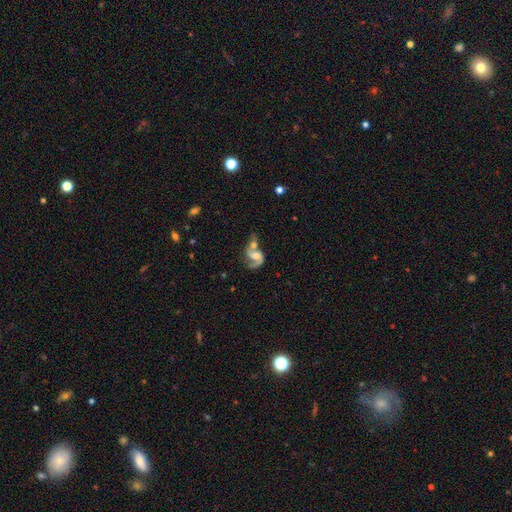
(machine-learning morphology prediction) Smooth or featured: featured or disk — 73% (smooth — 18%)
Edge-on disk: no — 97% (yes — 3%)
Bar: no — 52% (weak — 36%)
Spiral arms: yes — 88% (no — 12%)
Spiral winding: loose — 55% (medium — 35%)
Spiral arm count: 2 — 60% (1 — 33%)
Bulge size: moderate — 41% (small — 28%)
Merging: merger — 58% (none — 18%)